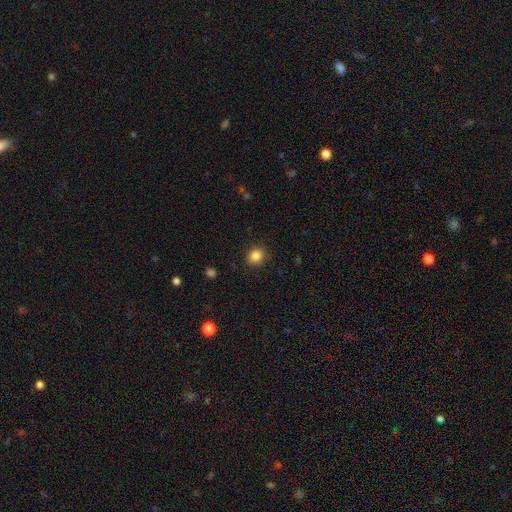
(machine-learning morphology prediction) Smooth or featured: smooth — 85% (star or artifact — 11%)
How rounded: round — 84% (in between — 15%)
Merging: none — 89% (minor disturbance — 7%)